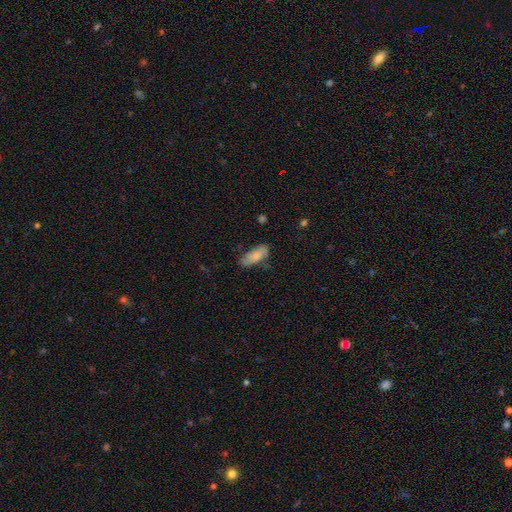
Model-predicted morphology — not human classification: Smooth or featured? Predicted: smooth (p=0.81). How rounded? Predicted: in between (p=0.78). Merging? Predicted: none (p=0.64).